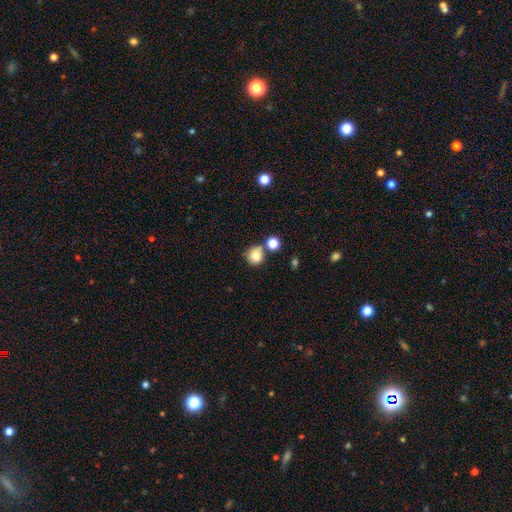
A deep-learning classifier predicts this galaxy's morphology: Overall: smooth (82%). How rounded: round (87%). Merging: none (59%; merger 23%).